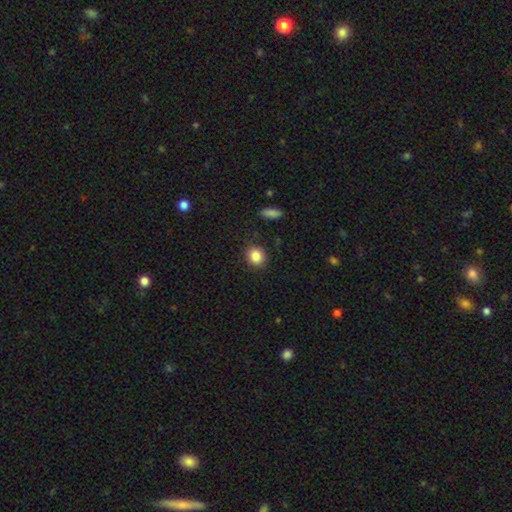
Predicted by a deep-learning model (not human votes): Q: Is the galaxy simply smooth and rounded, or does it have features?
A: smooth — 86%.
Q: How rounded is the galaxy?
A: round — 76%.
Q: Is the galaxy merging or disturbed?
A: none — 88%.